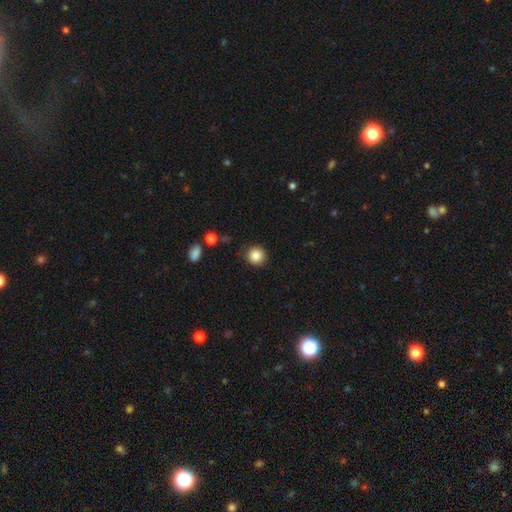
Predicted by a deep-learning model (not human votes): This appears to be a smooth galaxy with no disk features (86%) that is round (93%). Merging: none (89%).